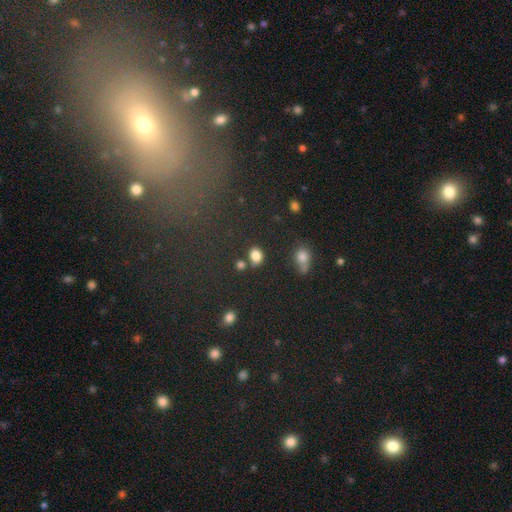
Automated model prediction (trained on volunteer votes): Overall: smooth (82%). How rounded: in between (51%; round 48%). Merging: none (71%).